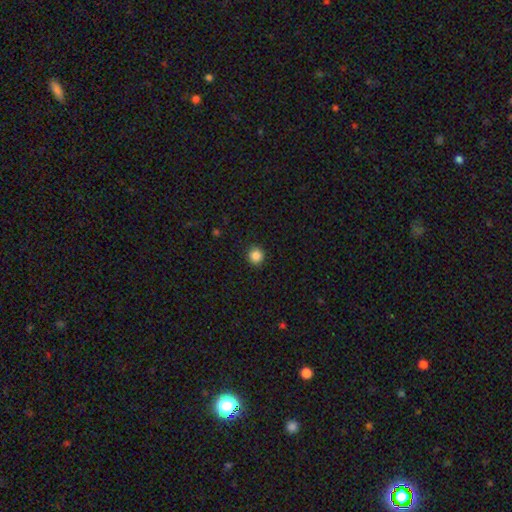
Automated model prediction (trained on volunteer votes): smooth 86%, star or artifact 11%, featured or disk 3%. Down the decision tree: how rounded — round (94%); merging — none (92%).